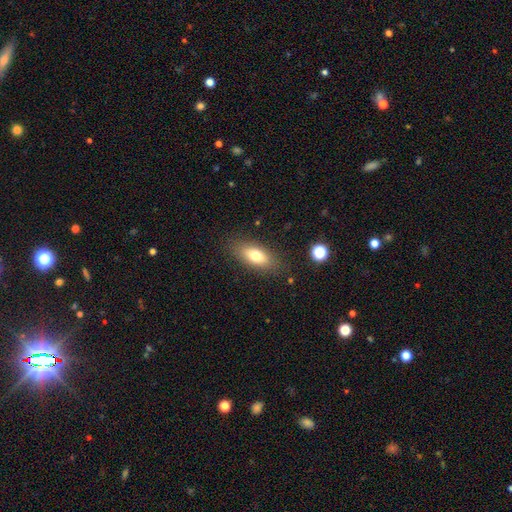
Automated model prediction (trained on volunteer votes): Smooth or featured?
  - smooth: 75% *
  - featured or disk: 16%
  - star or artifact: 8%
How rounded?
  - in between: 82% *
  - cigar-shaped: 13%
  - round: 4%
Merging?
  - none: 83% *
  - minor disturbance: 11%
  - major disturbance: 4%
  - merger: 2%